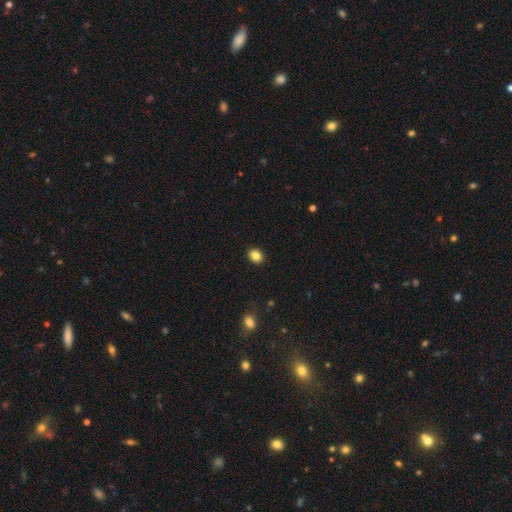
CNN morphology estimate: A smooth galaxy with no disk features (85%) that is round (55%). Merging: none (90%).